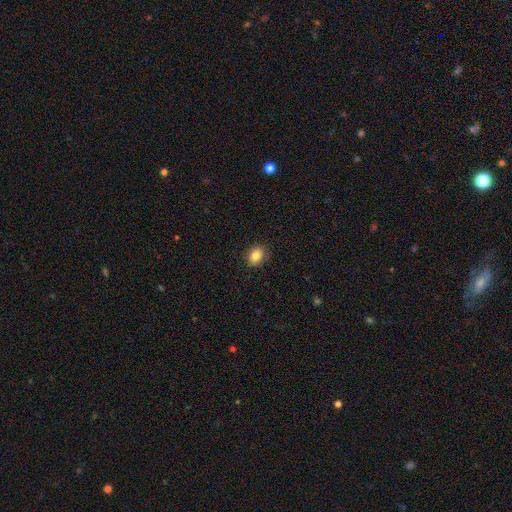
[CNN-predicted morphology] Smooth or featured?
  - smooth: 86% *
  - star or artifact: 9%
  - featured or disk: 5%
How rounded?
  - in between: 67% *
  - round: 32%
  - cigar-shaped: 1%
Merging?
  - none: 88% *
  - minor disturbance: 9%
  - major disturbance: 2%
  - merger: 1%